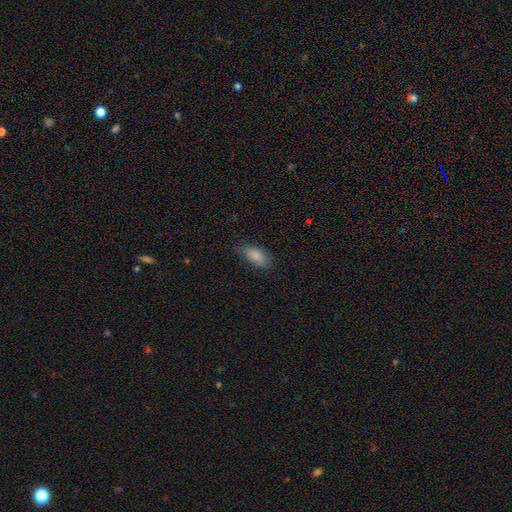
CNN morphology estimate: type=smooth (84%); roundness=in between (90%); merging=none (72%).